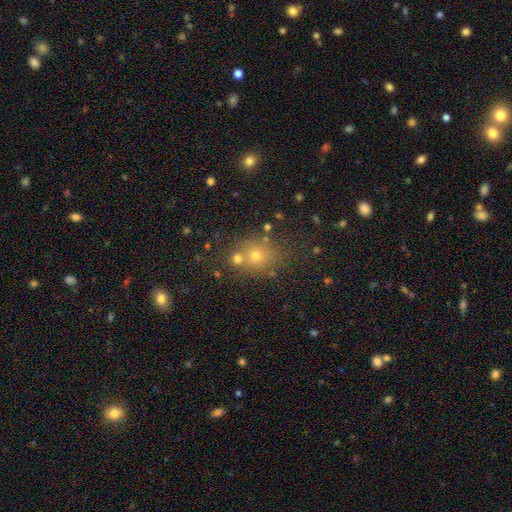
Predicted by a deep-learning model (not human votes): A smooth galaxy with no disk features (63%) that is round (74%).

Vote fractions:
- Smooth or featured? smooth: 63% / star or artifact: 24% / featured or disk: 13%
- How rounded? round: 74% / in between: 25% / cigar-shaped: 1%
- Merging? none: 65% / merger: 20% / minor disturbance: 10% / major disturbance: 4%